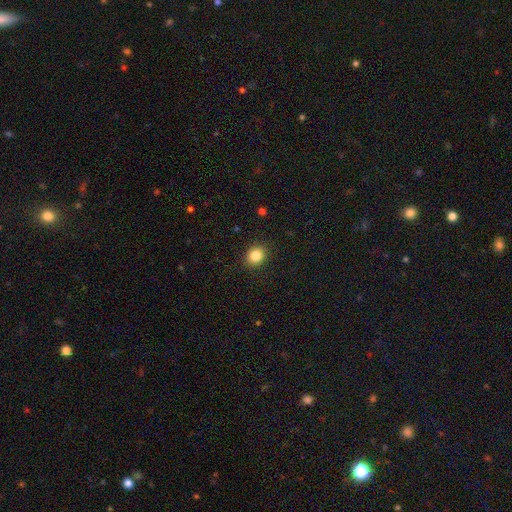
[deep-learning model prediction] This is clearly a smooth galaxy (84%). How rounded: likely round (73%). Merging: clearly none (90%).